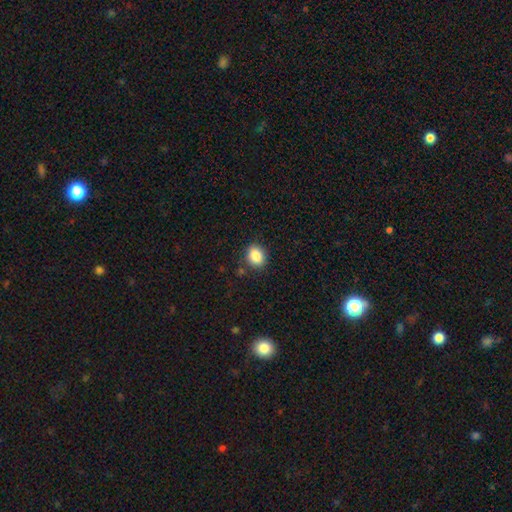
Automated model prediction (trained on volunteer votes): A smooth galaxy with no disk features (86%) that is round (53%).

Vote fractions:
- Smooth or featured? smooth: 86% / star or artifact: 9% / featured or disk: 5%
- How rounded? round: 53% / in between: 46% / cigar-shaped: 1%
- Merging? none: 86% / minor disturbance: 10% / major disturbance: 3% / merger: 2%